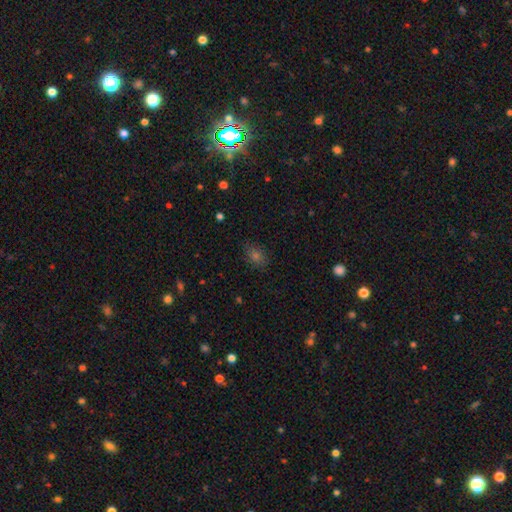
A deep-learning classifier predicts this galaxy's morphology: Smooth or featured? Predicted: smooth (p=0.59). How rounded? Predicted: in between (p=0.61). Merging? Predicted: none (p=0.83).